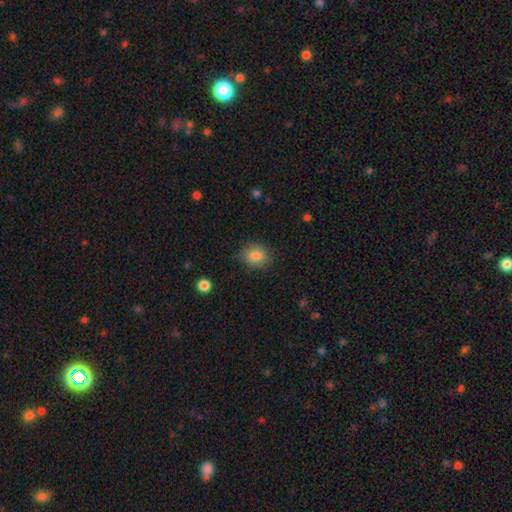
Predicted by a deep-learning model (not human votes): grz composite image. It shows a smooth galaxy with no disk features (83%) that is round (62%). Merging: none (82%).